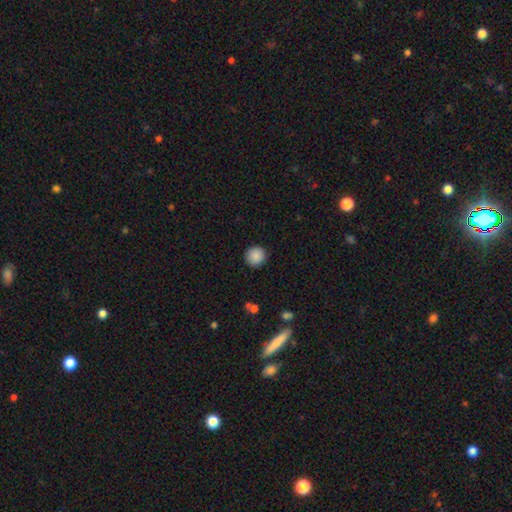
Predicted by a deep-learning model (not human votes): smooth 89%, star or artifact 8%, featured or disk 3%. Down the decision tree: how rounded — round (94%); merging — none (91%).